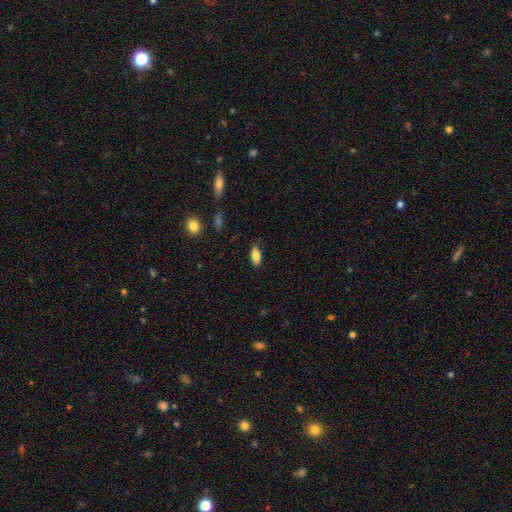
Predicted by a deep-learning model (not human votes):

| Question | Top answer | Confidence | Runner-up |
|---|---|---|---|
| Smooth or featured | smooth | 85% | star or artifact (8%) |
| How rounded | in between | 83% | cigar-shaped (14%) |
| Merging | none | 85% | minor disturbance (11%) |